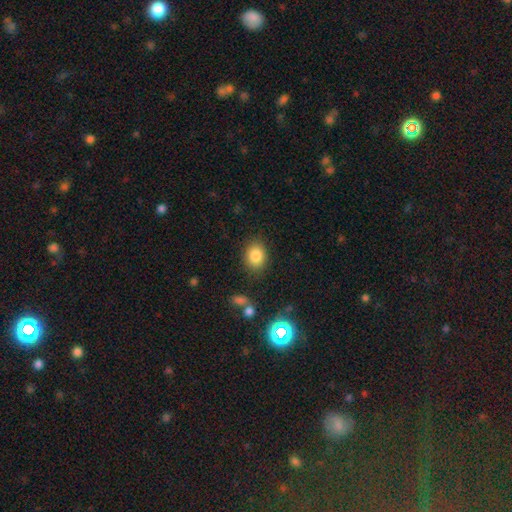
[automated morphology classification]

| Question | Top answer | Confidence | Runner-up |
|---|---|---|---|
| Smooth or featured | smooth | 83% | star or artifact (10%) |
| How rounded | in between | 54% | round (45%) |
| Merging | none | 83% | minor disturbance (11%) |